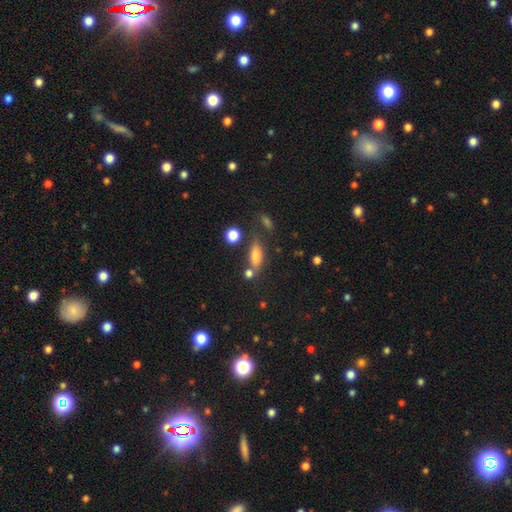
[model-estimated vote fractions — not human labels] Overall: smooth (73%). How rounded: in between (67%). Merging: none (60%).